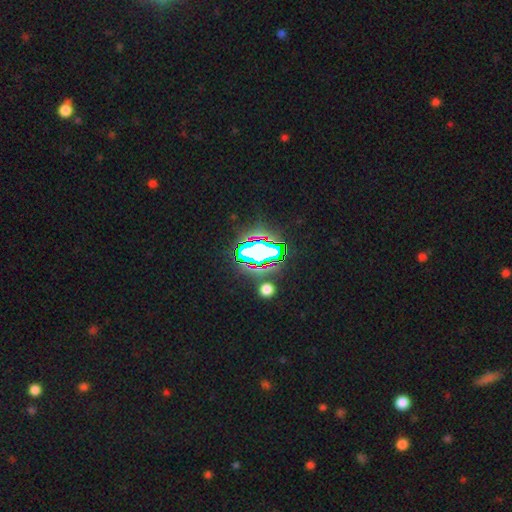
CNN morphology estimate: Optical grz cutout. It shows a star or artifact, not a galaxy (67%).